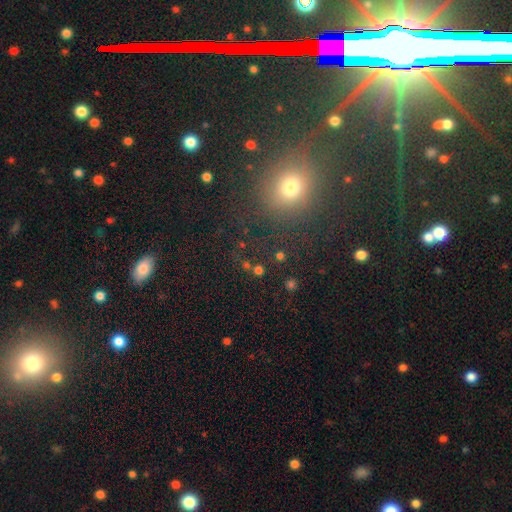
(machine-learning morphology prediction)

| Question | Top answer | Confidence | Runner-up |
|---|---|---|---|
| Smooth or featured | star or artifact | 47% | smooth (38%) |